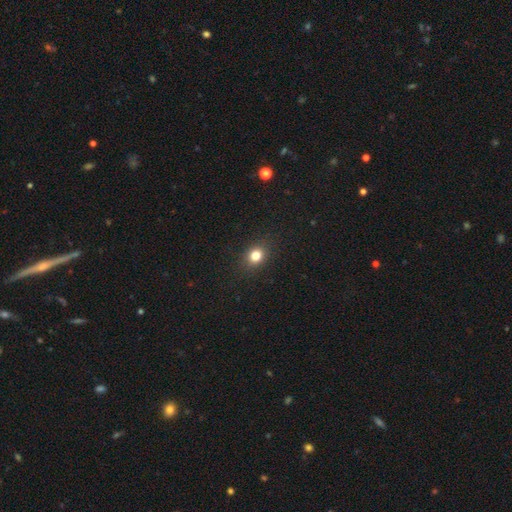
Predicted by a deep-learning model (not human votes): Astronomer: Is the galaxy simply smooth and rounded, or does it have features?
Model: smooth — 81%.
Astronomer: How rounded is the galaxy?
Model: round — 62%.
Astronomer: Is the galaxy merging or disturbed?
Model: none — 89%.